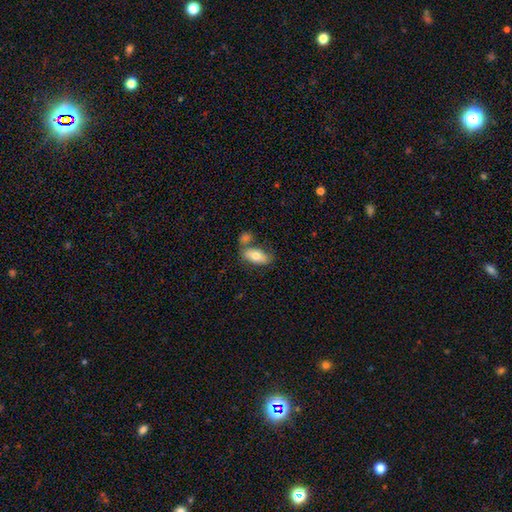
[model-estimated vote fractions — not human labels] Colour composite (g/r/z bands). It shows a smooth galaxy with no disk features (73%) that is in between round and cigar-shaped (89%). Merging: none (54%).